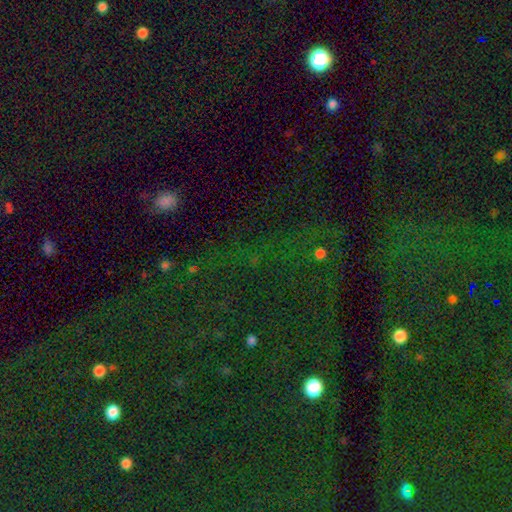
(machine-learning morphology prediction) This appears to be a star or artifact, not a galaxy (76%).